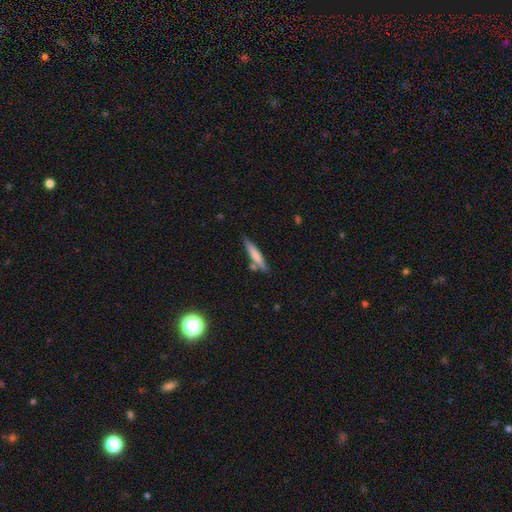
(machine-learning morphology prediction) This appears to be a smooth galaxy with no disk features (66%) that is cigar-shaped (89%). Merging: none (74%).